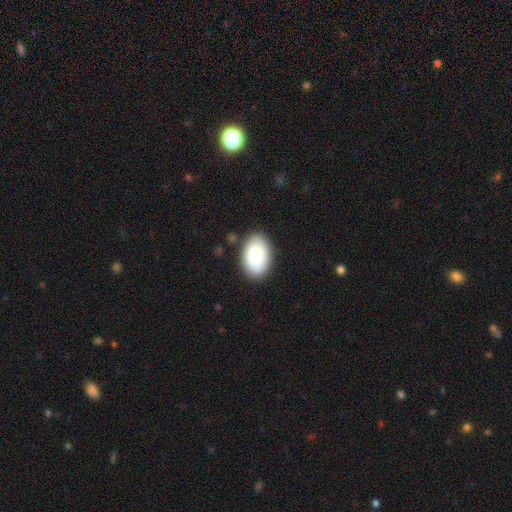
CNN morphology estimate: Smooth or featured? smooth (86%)
How rounded? in between (91%)
Merging? none (84%)